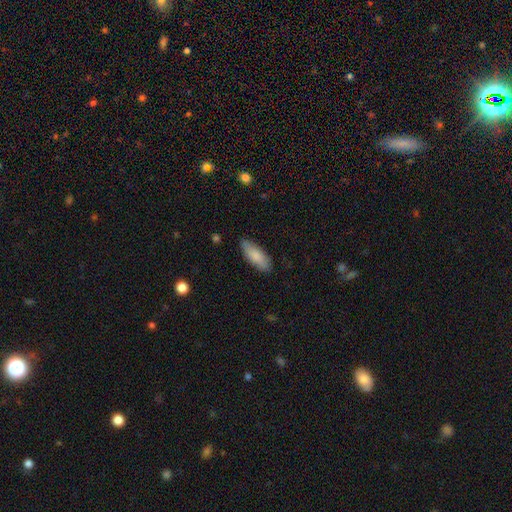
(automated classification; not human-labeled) Smooth or featured? Predicted: smooth (p=0.85). How rounded? Predicted: in between (p=0.70). Merging? Predicted: none (p=0.81).